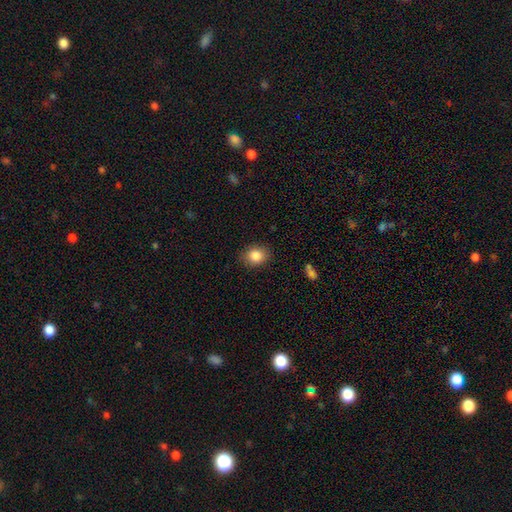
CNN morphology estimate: Q: Smooth or featured?
A: smooth (85%); runner-up: star or artifact (9%)
Q: How rounded?
A: round (58%); runner-up: in between (41%)
Q: Merging?
A: none (86%); runner-up: minor disturbance (10%)